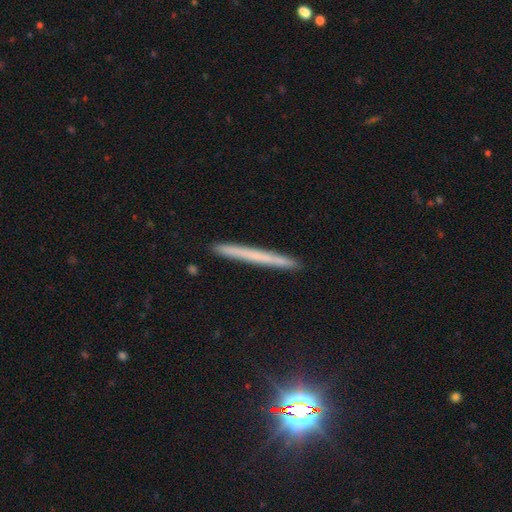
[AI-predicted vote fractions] smooth 49%, featured or disk 41%, star or artifact 11%. Down the decision tree: merging — none (91%).